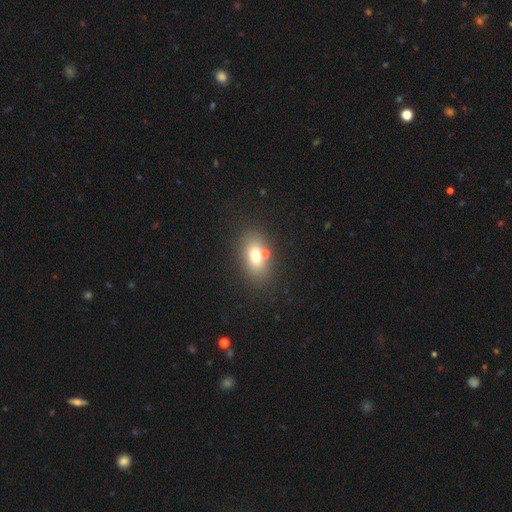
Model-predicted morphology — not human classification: Smooth or featured?
  - smooth: 68% *
  - featured or disk: 19%
  - star or artifact: 12%
How rounded?
  - in between: 79% *
  - round: 18%
  - cigar-shaped: 3%
Merging?
  - none: 66% *
  - merger: 19%
  - minor disturbance: 11%
  - major disturbance: 4%